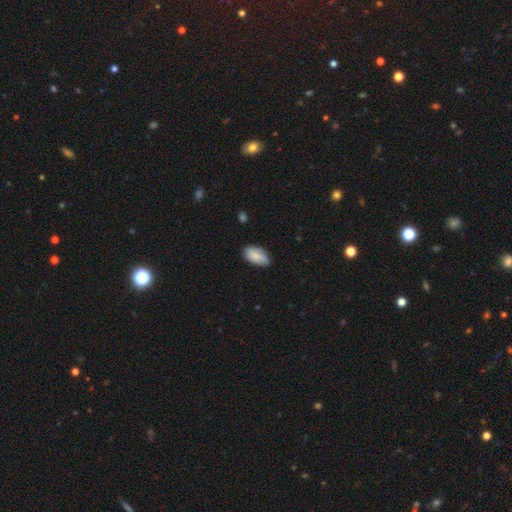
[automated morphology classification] A smooth galaxy with no disk features (84%) that is in between round and cigar-shaped (94%).

Vote fractions:
- Smooth or featured? smooth: 84% / featured or disk: 10% / star or artifact: 6%
- How rounded? in between: 94% / round: 3% / cigar-shaped: 3%
- Merging? none: 73% / minor disturbance: 22% / major disturbance: 3% / merger: 1%